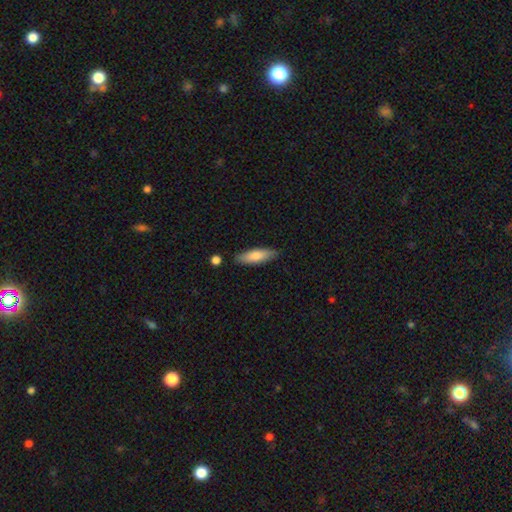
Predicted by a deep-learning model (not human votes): Overall: smooth (77%). How rounded: cigar-shaped (53%; in between 45%). Merging: none (84%).